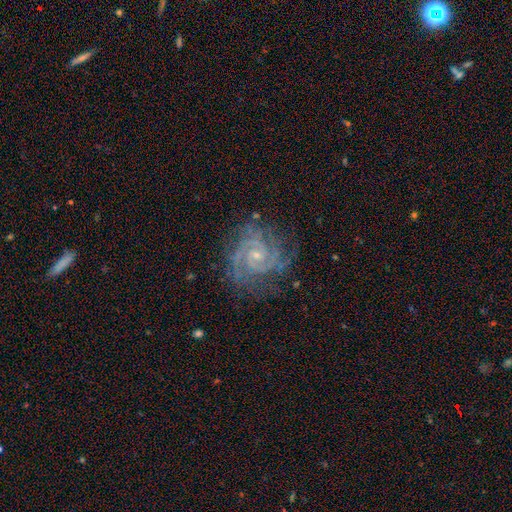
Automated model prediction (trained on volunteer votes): Smooth or featured? Predicted: featured or disk (p=0.81). Edge-on disk? Predicted: no (p=0.97). Bar? Predicted: no (p=0.63). Spiral arms? Predicted: yes (p=0.97). Spiral winding? Predicted: tight (p=0.63). Spiral arm count? Predicted: 3 (p=0.26). Bulge size? Predicted: small (p=0.68). Merging? Predicted: none (p=0.78).